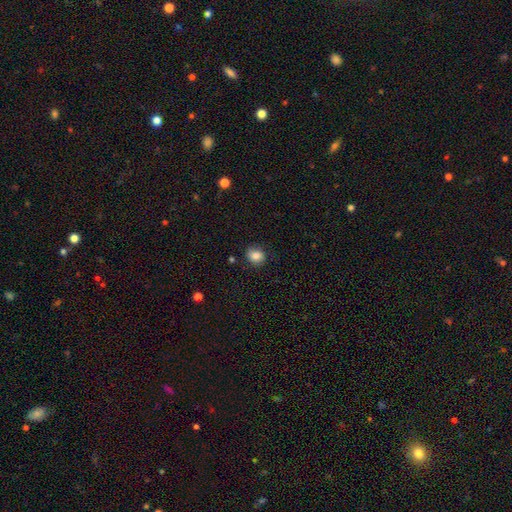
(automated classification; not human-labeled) A smooth galaxy with no disk features (80%) that is round (65%). Merging: none (81%).